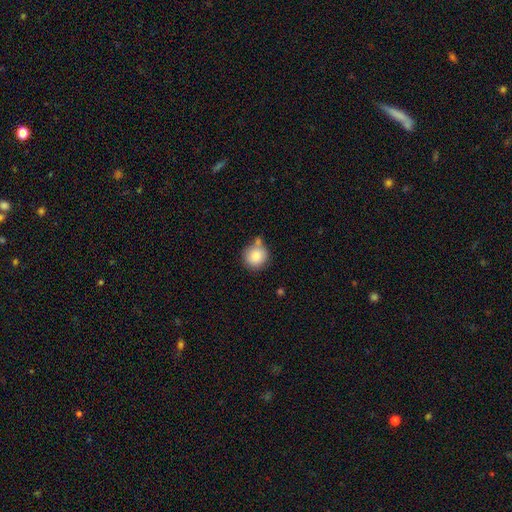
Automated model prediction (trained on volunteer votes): smooth_or_featured: smooth (p=0.82) [alt: featured or disk p=0.09]
how_rounded: round (p=0.92) [alt: in between p=0.07]
merging: none (p=0.66) [alt: merger p=0.16]